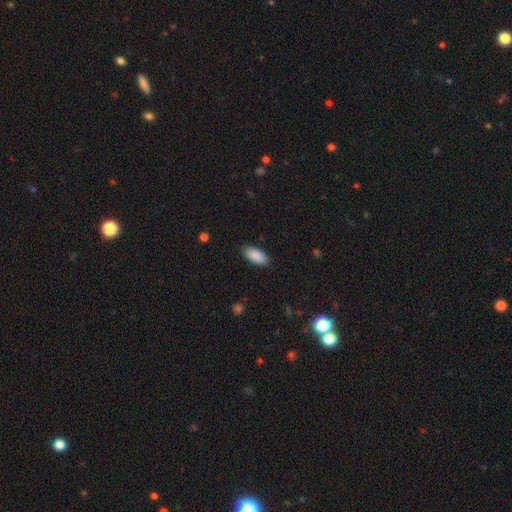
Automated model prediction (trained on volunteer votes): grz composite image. It shows a smooth galaxy with no disk features (90%) that is in between round and cigar-shaped (90%). Merging: none (88%).